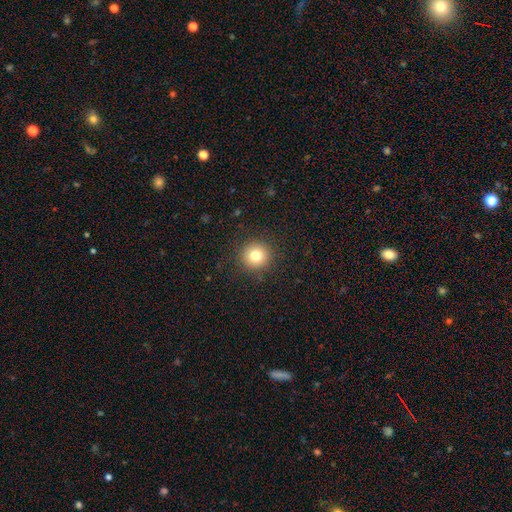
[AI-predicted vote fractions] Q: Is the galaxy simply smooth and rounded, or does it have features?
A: smooth — 78%.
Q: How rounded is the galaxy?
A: round — 95%.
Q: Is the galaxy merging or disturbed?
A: none — 91%.